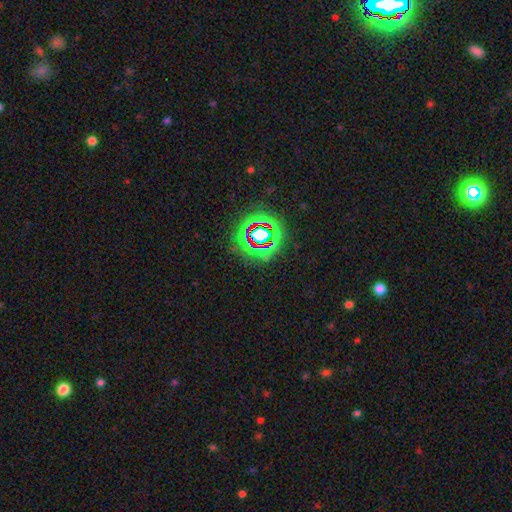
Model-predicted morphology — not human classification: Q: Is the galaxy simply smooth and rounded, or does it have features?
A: star or artifact — 76%.